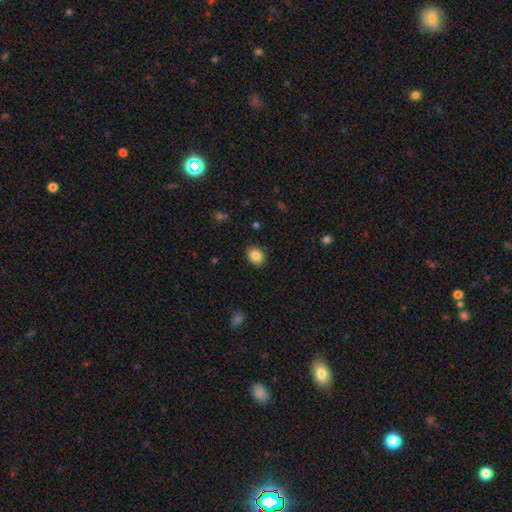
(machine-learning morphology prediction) A smooth galaxy with no disk features (85%) that is in between round and cigar-shaped (61%).

Vote fractions:
- Smooth or featured? smooth: 85% / star or artifact: 8% / featured or disk: 6%
- How rounded? in between: 61% / round: 38% / cigar-shaped: 1%
- Merging? none: 88% / minor disturbance: 9% / major disturbance: 2% / merger: 1%